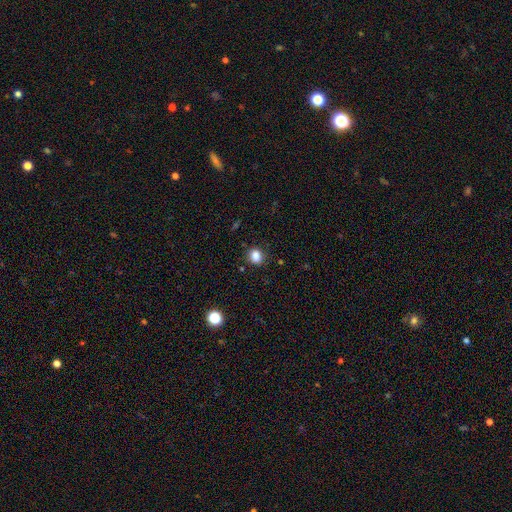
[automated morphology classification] Smooth or featured?
  - smooth: 84% *
  - star or artifact: 11%
  - featured or disk: 5%
How rounded?
  - round: 62% *
  - in between: 37%
  - cigar-shaped: 1%
Merging?
  - none: 83% *
  - minor disturbance: 12%
  - major disturbance: 3%
  - merger: 2%